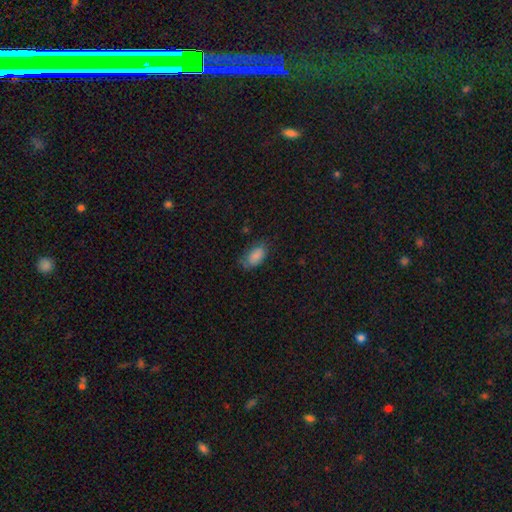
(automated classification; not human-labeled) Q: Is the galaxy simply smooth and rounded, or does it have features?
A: smooth — 85%.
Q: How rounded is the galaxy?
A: in between — 93%.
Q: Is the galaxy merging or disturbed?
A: none — 64%.